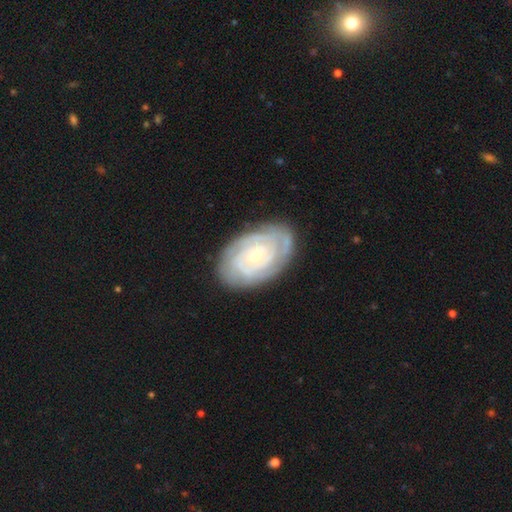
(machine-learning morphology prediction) A featured or disk galaxy (82%) with no bar (74%), tight (82%) spiral arms (93%) and a small central bulge (71%). Merging: none (79%).